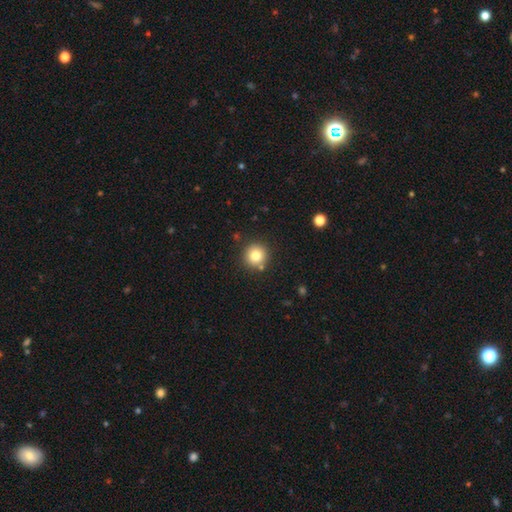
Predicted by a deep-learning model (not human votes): This appears to be a smooth galaxy with no disk features (80%) that is round (94%). Merging: none (85%).